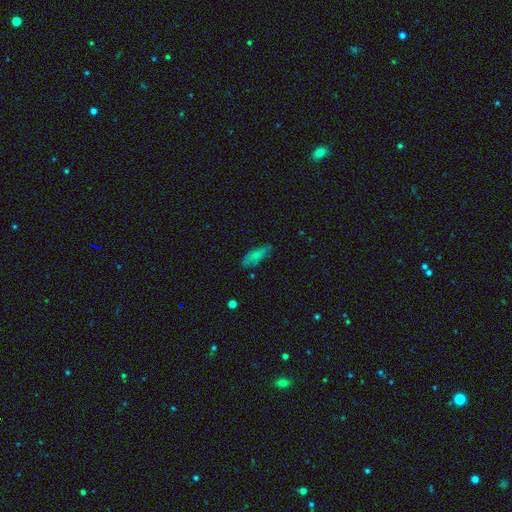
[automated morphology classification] A smooth galaxy with no disk features (74%) that is in between round and cigar-shaped (68%).

Vote fractions:
- Smooth or featured? smooth: 74% / featured or disk: 17% / star or artifact: 9%
- How rounded? in between: 68% / cigar-shaped: 29% / round: 2%
- Merging? none: 64% / minor disturbance: 26% / major disturbance: 7% / merger: 3%